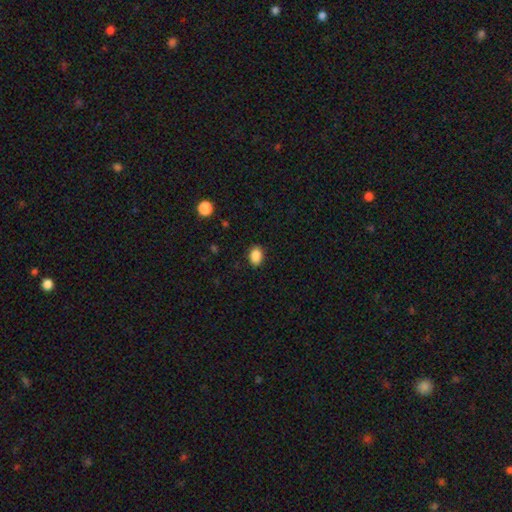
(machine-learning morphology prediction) This is clearly a smooth galaxy (88%). How rounded: likely in between (76%). Merging: clearly none (87%).